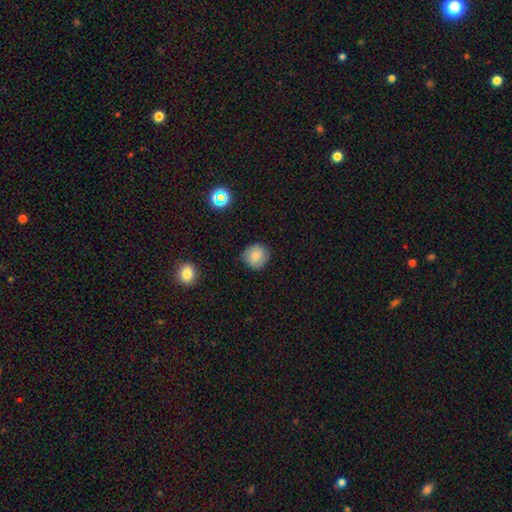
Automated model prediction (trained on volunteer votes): Smooth or featured? Predicted: smooth (p=0.76). How rounded? Predicted: round (p=0.88). Merging? Predicted: none (p=0.81).